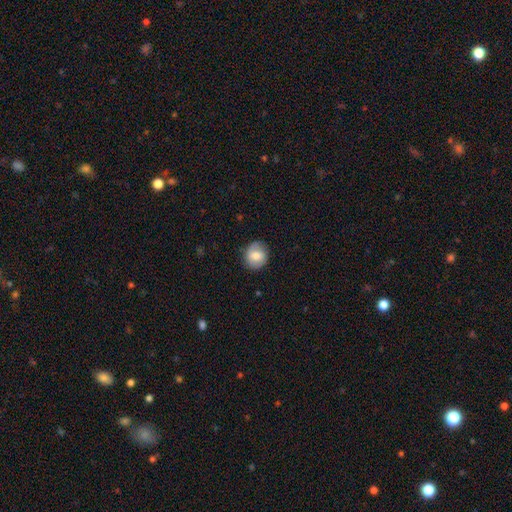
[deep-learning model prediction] The model was most divided on "smooth or featured": smooth: 74%, featured or disk: 18%, star or artifact: 8%. More confident: merging — none (82%); how rounded — round (81%).